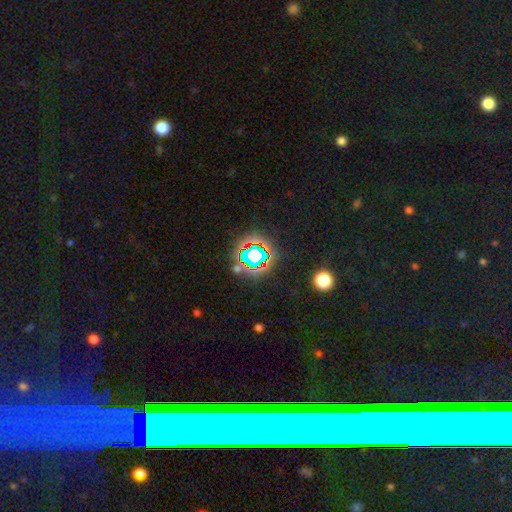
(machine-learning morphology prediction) star or artifact 65%, smooth 21%, featured or disk 13%.